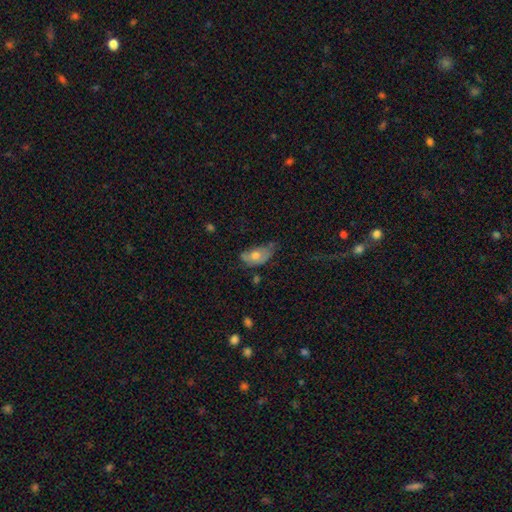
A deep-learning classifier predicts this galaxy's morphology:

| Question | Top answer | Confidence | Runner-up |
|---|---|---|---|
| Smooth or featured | smooth | 56% | featured or disk (35%) |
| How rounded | in between | 88% | round (8%) |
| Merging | minor disturbance | 38% | none (37%) |